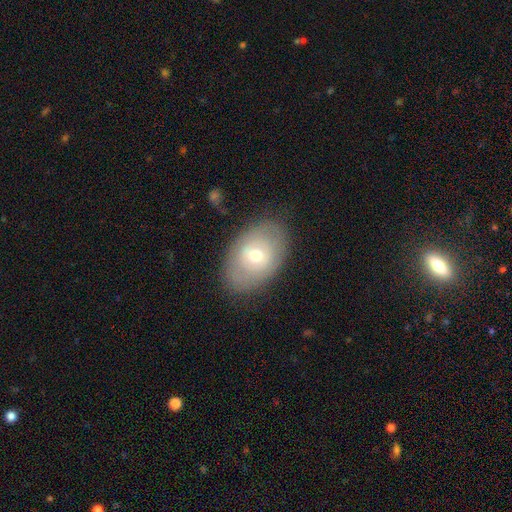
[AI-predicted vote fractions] Overall: smooth (58%; featured or disk 34%). How rounded: in between (82%). Merging: none (82%).